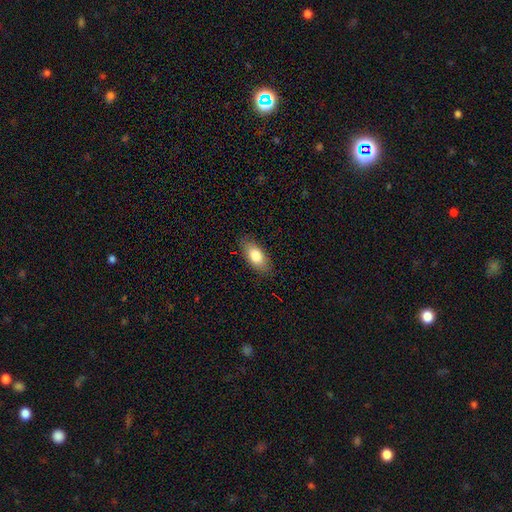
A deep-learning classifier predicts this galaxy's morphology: type=smooth (80%); roundness=in between (90%); merging=none (85%).